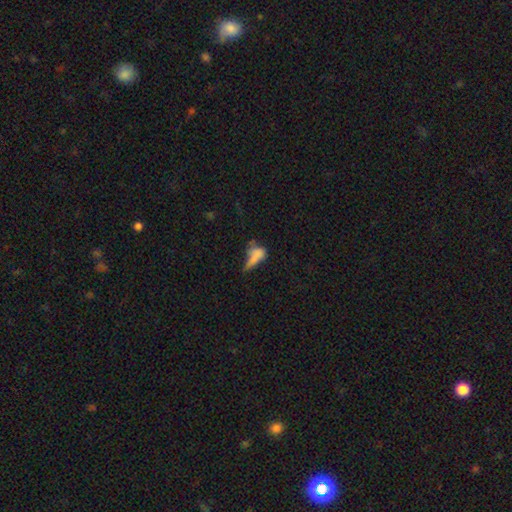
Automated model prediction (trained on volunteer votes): Overall: smooth (62%; featured or disk 23%). How rounded: in between (61%; cigar-shaped 30%). Merging: major disturbance (28%; none 26%).